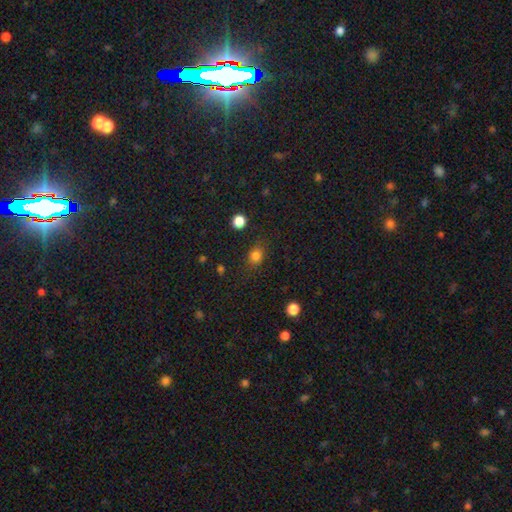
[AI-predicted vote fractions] This is clearly a smooth galaxy (81%). How rounded: possibly round (57%). Merging: likely none (78%).